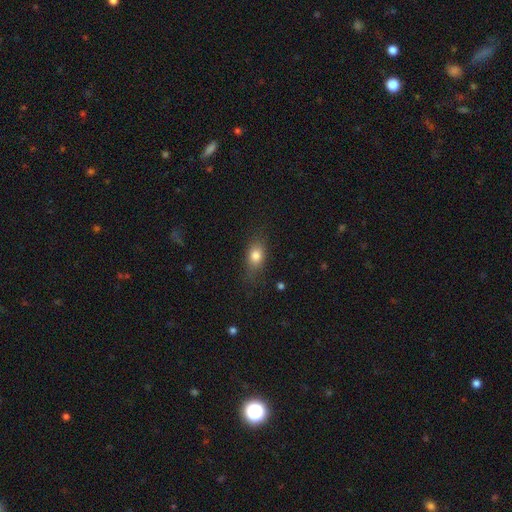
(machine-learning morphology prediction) Q: Smooth or featured?
A: smooth (79%); runner-up: featured or disk (11%)
Q: How rounded?
A: in between (73%); runner-up: round (21%)
Q: Merging?
A: none (74%); runner-up: minor disturbance (18%)